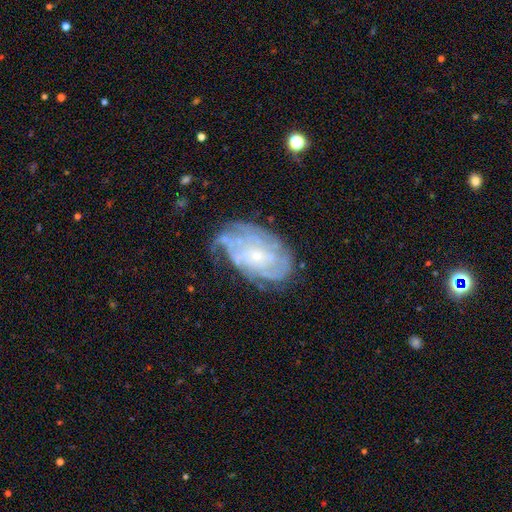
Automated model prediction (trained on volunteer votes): Smooth or featured?
  - featured or disk: 79% *
  - smooth: 14%
  - star or artifact: 7%
Edge-on disk?
  - no: 96% *
  - yes: 4%
Bar?
  - no: 71% *
  - weak: 24%
  - strong: 5%
Spiral arms?
  - yes: 88% *
  - no: 12%
Spiral winding?
  - tight: 62% *
  - medium: 28%
  - loose: 10%
Spiral arm count?
  - can't tell: 48% *
  - 4: 15%
  - 3: 12%
  - 2: 11%
  - more than 4: 8%
  - 1: 5%
Bulge size?
  - small: 79% *
  - moderate: 16%
  - none: 3%
  - large: 1%
  - dominant: 1%
Merging?
  - none: 55% *
  - minor disturbance: 26%
  - major disturbance: 15%
  - merger: 3%